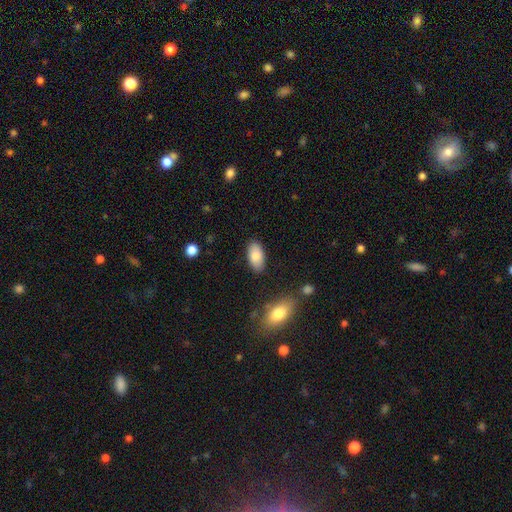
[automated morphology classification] Smooth or featured? Predicted: smooth (p=0.84). How rounded? Predicted: in between (p=0.94). Merging? Predicted: none (p=0.86).